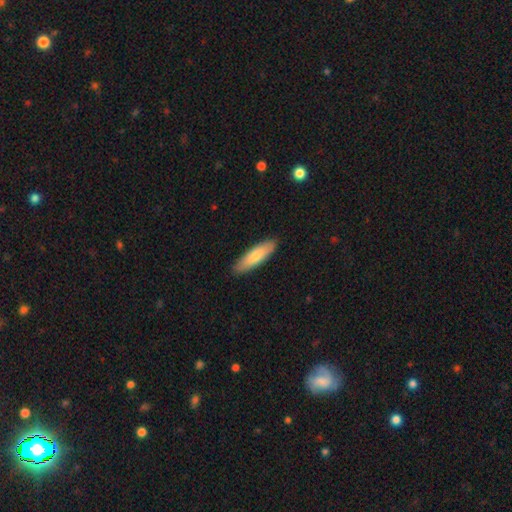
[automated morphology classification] A smooth galaxy with no disk features (78%) that is cigar-shaped (64%).

Vote fractions:
- Smooth or featured? smooth: 78% / featured or disk: 17% / star or artifact: 5%
- How rounded? cigar-shaped: 64% / in between: 35% / round: 1%
- Merging? none: 89% / minor disturbance: 8% / major disturbance: 2% / merger: 1%